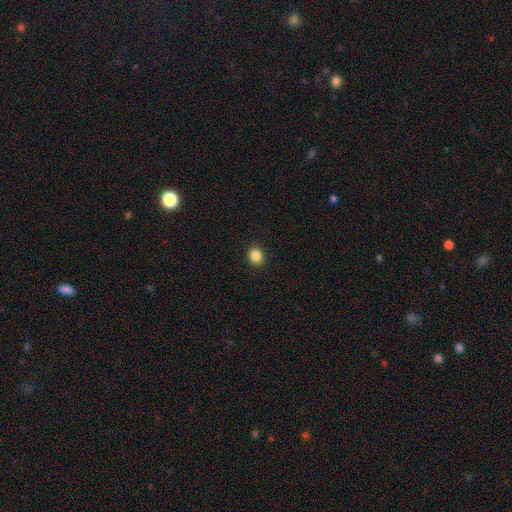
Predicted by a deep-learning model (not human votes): This is clearly a smooth galaxy (86%). How rounded: likely round (72%). Merging: clearly none (91%).